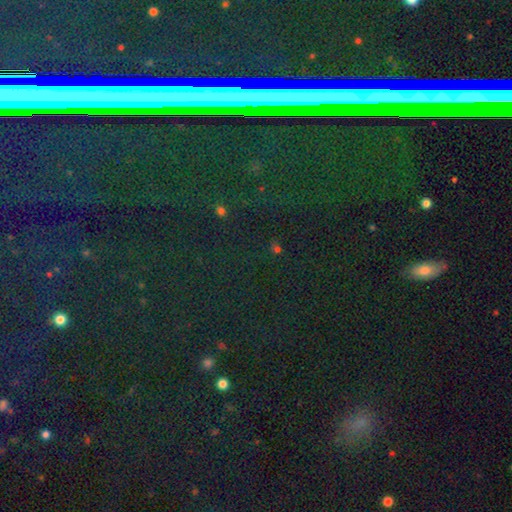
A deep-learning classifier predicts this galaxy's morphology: Smooth or featured?
  - star or artifact: 82% *
  - smooth: 9%
  - featured or disk: 9%